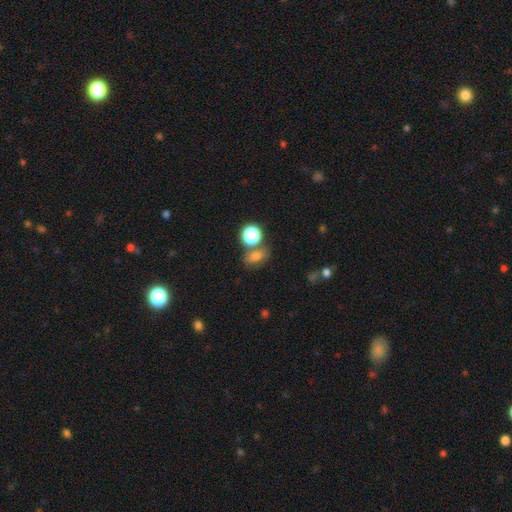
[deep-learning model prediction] Smooth or featured? Predicted: smooth (p=0.68). How rounded? Predicted: in between (p=0.65). Merging? Predicted: none (p=0.64).